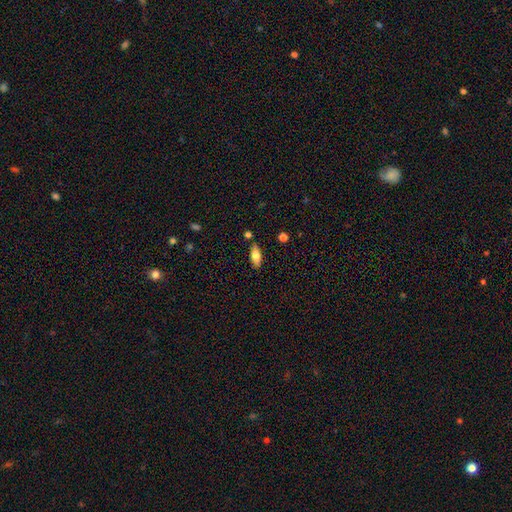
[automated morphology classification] smooth-or-featured: smooth: 71% | featured or disk: 22% | star or artifact: 7%
  how-rounded: in between: 75% | cigar-shaped: 23% | round: 3%
  merging: none: 82% | minor disturbance: 11% | merger: 4% | major disturbance: 2%